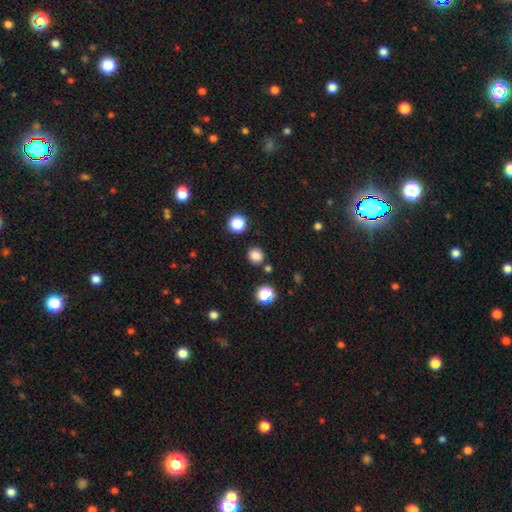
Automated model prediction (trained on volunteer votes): The model was most divided on "smooth or featured": smooth: 83%, star or artifact: 13%, featured or disk: 4%. More confident: how rounded — round (89%); merging — none (87%).